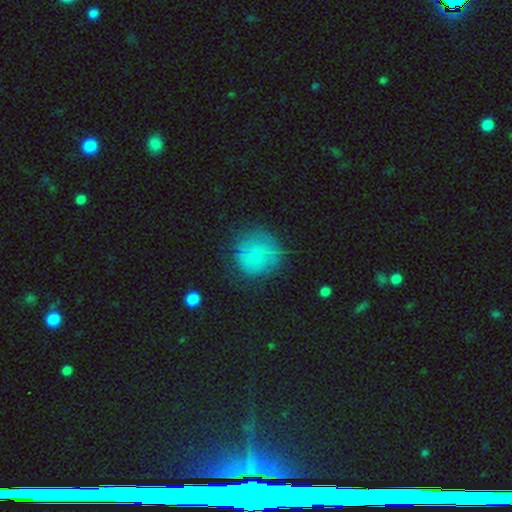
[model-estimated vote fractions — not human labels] Smooth or featured? Predicted: smooth (p=0.68). How rounded? Predicted: round (p=0.91). Merging? Predicted: none (p=0.71).